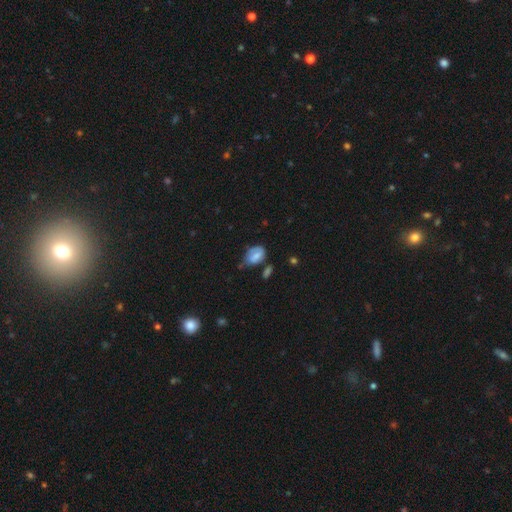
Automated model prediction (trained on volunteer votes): Smooth or featured? Predicted: smooth (p=0.62). How rounded? Predicted: in between (p=0.81). Merging? Predicted: minor disturbance (p=0.38, tied with none).